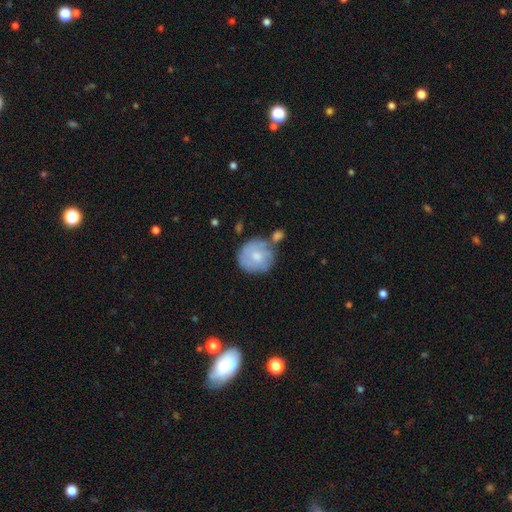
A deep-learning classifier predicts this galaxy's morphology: Smooth or featured? smooth (66%)
How rounded? round (89%)
Merging? none (57%)